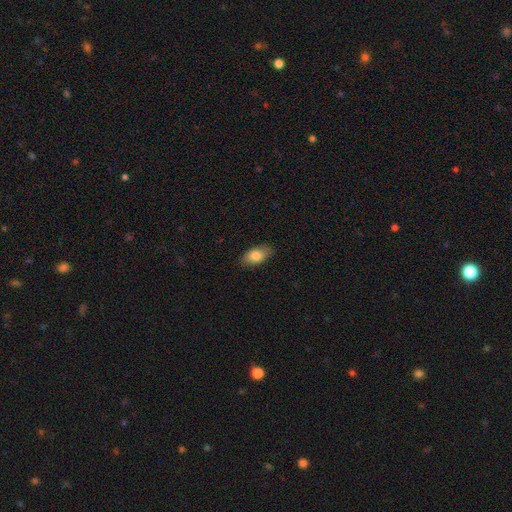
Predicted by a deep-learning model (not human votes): A smooth galaxy with no disk features (81%) that is in between round and cigar-shaped (92%).

Vote fractions:
- Smooth or featured? smooth: 81% / featured or disk: 12% / star or artifact: 7%
- How rounded? in between: 92% / round: 5% / cigar-shaped: 4%
- Merging? none: 84% / minor disturbance: 12% / major disturbance: 2% / merger: 1%